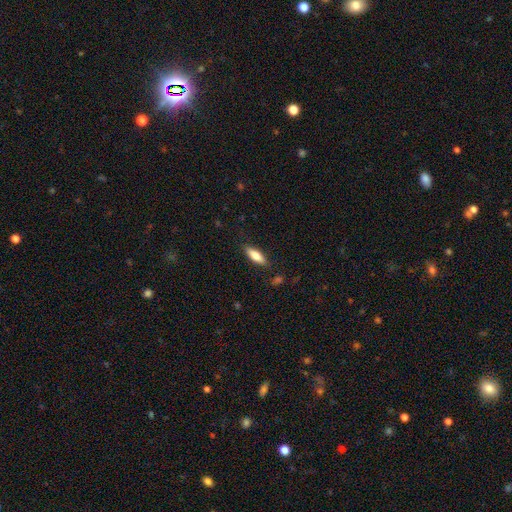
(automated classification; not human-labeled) This appears to be a smooth galaxy with no disk features (74%) that is in between round and cigar-shaped (57%). Merging: none (85%).